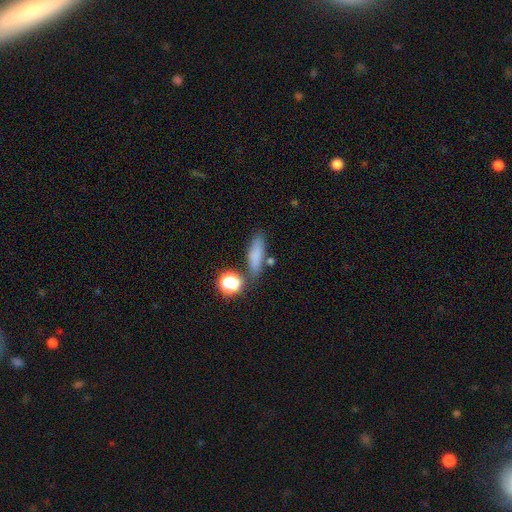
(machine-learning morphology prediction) Overall: smooth (77%). How rounded: cigar-shaped (53%; in between 40%). Merging: none (73%).